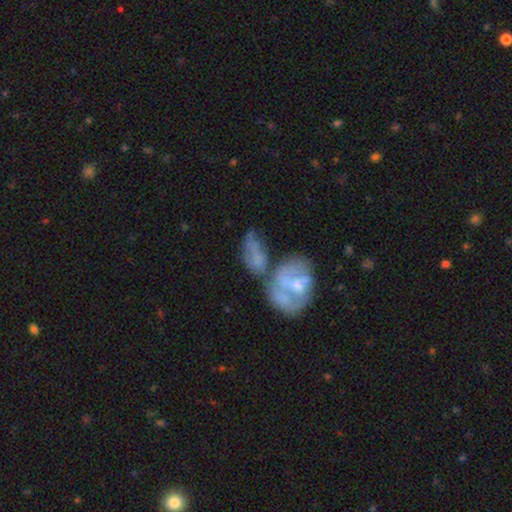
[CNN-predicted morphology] Q: Smooth or featured?
A: featured or disk (47%); runner-up: smooth (43%)
Q: Merging?
A: merger (55%); runner-up: none (19%)